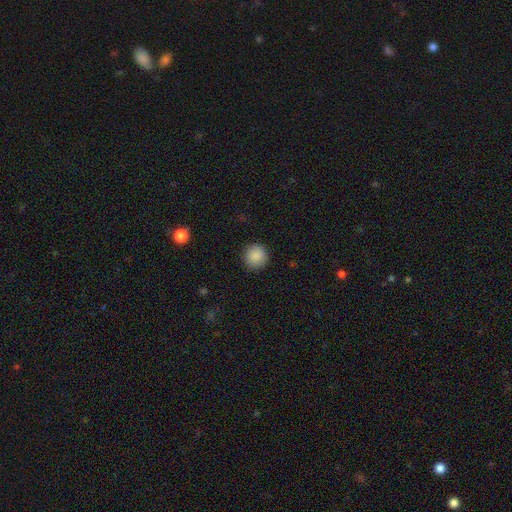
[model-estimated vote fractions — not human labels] smooth_or_featured: smooth (p=0.88) [alt: star or artifact p=0.09]
how_rounded: round (p=0.94) [alt: in between p=0.05]
merging: none (p=0.91) [alt: minor disturbance p=0.06]